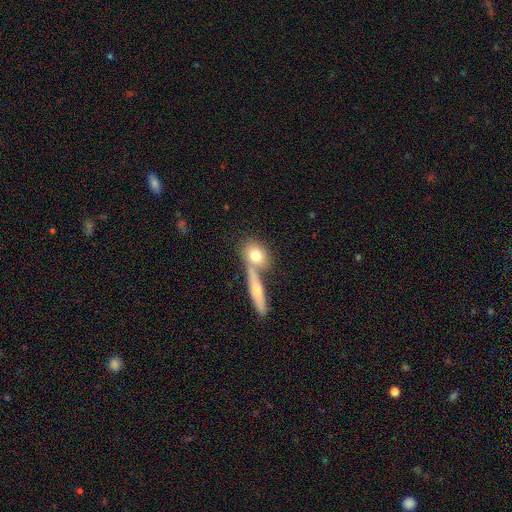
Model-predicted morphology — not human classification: type=smooth (73%); roundness=in between (49%); merging=none (48%).